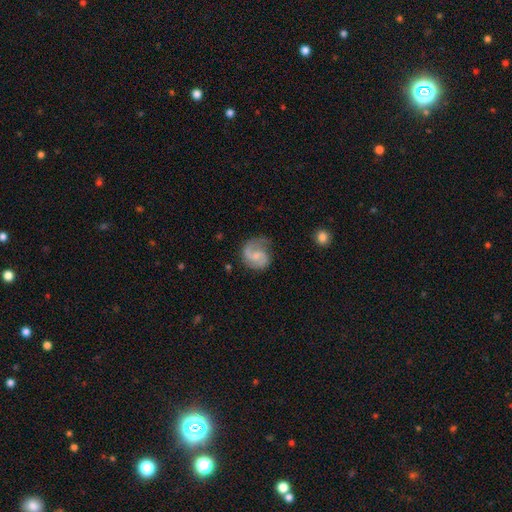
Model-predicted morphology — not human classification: smooth_or_featured: featured or disk (p=0.80) [alt: smooth p=0.15]
disk_edge_on: no (p=0.98) [alt: yes p=0.02]
bar: no (p=0.48) [alt: weak p=0.45]
has_spiral_arms: yes (p=0.96) [alt: no p=0.04]
spiral_winding: medium (p=0.53) [alt: loose p=0.27]
spiral_arm_count: 2 (p=0.83) [alt: 1 p=0.09]
bulge_size: small (p=0.45) [alt: moderate p=0.30]
merging: none (p=0.67) [alt: minor disturbance p=0.21]